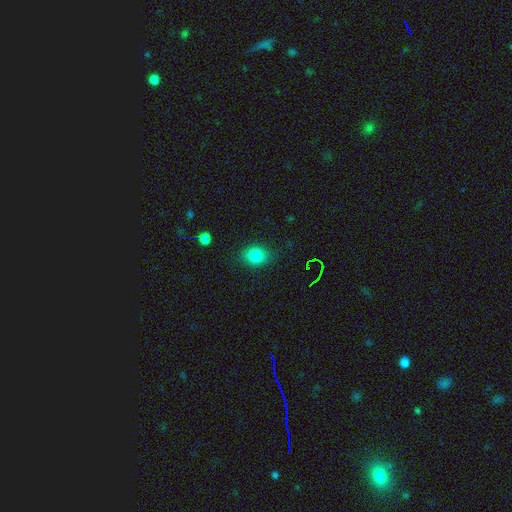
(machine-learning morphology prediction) Q: Smooth or featured?
A: smooth (82%); runner-up: star or artifact (12%)
Q: How rounded?
A: round (54%); runner-up: in between (45%)
Q: Merging?
A: none (82%); runner-up: minor disturbance (14%)